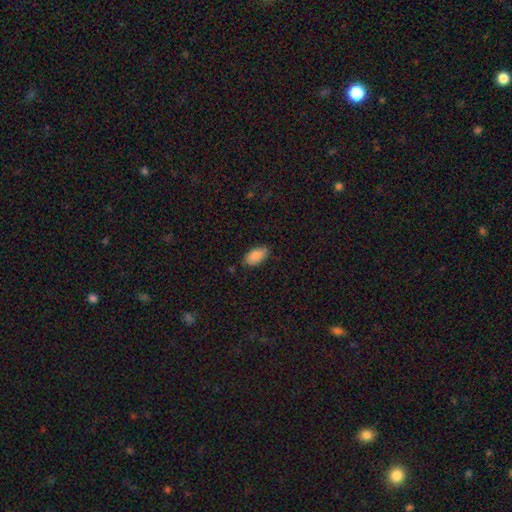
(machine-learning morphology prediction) Smooth or featured? smooth (89%)
How rounded? in between (94%)
Merging? none (80%)